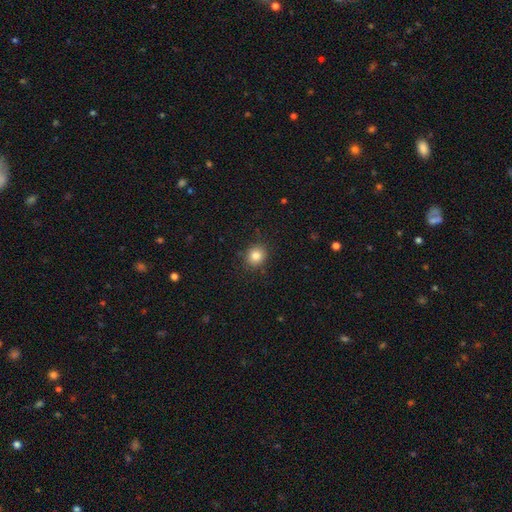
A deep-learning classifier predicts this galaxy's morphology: Smooth or featured: smooth — 84% (star or artifact — 11%)
How rounded: round — 80% (in between — 19%)
Merging: none — 87% (minor disturbance — 9%)